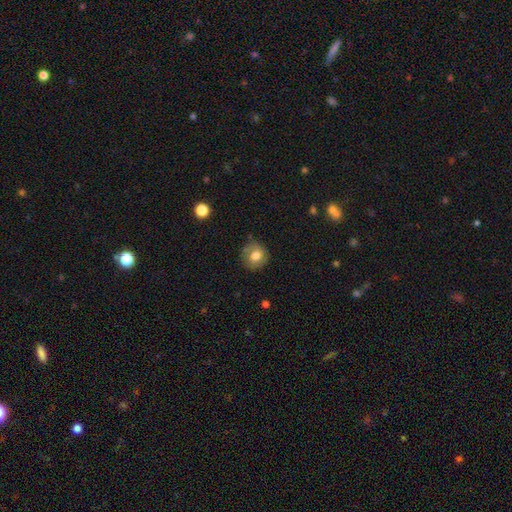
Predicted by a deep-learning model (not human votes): The model was most divided on "smooth or featured": smooth: 71%, featured or disk: 20%, star or artifact: 9%. More confident: how rounded — round (86%); merging — none (76%).